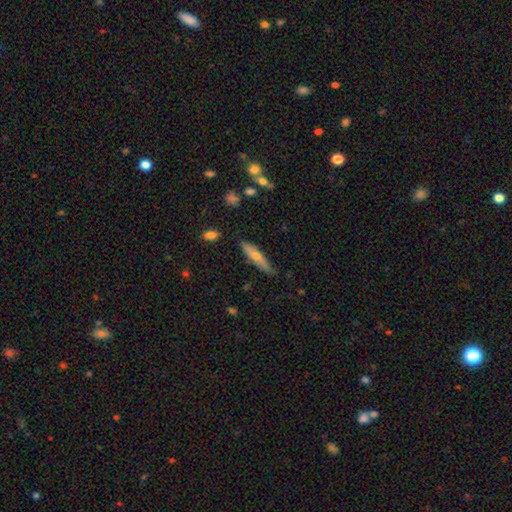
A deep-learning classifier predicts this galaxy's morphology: The model was most divided on "smooth or featured": smooth: 53%, featured or disk: 40%, star or artifact: 7%. More confident: how rounded — cigar-shaped (82%); merging — none (79%).